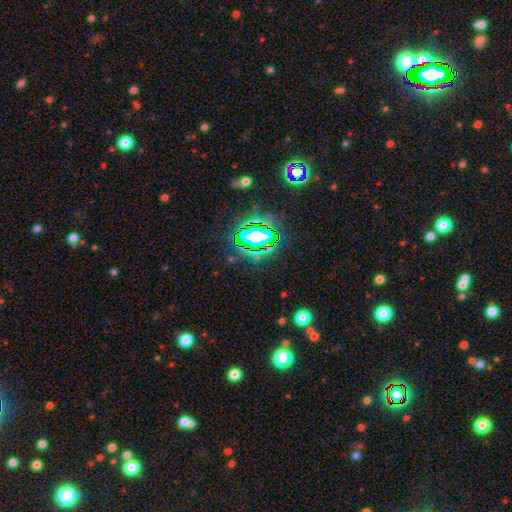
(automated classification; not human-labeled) Q: Smooth or featured?
A: star or artifact (69%); runner-up: smooth (21%)